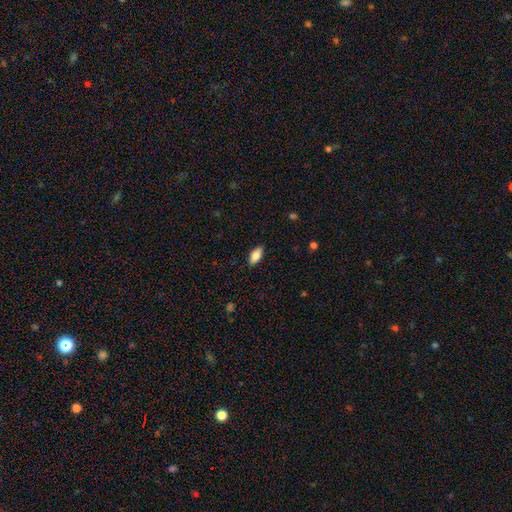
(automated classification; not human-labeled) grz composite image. It shows a smooth galaxy with no disk features (81%) that is in between round and cigar-shaped (86%). Merging: none (88%).